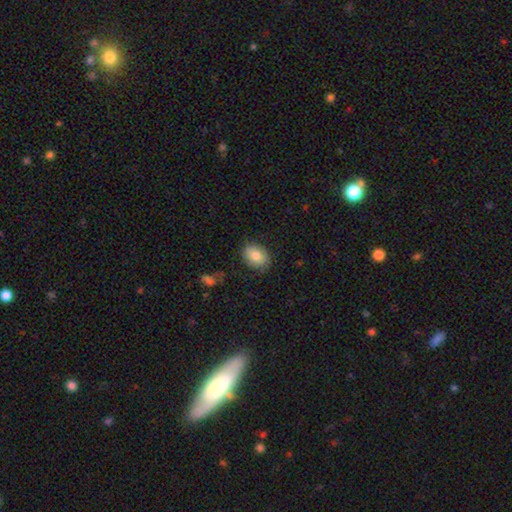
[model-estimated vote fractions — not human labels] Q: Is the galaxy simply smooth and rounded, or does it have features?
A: smooth — 80%.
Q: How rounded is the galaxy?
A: in between — 69%.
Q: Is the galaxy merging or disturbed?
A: none — 81%.